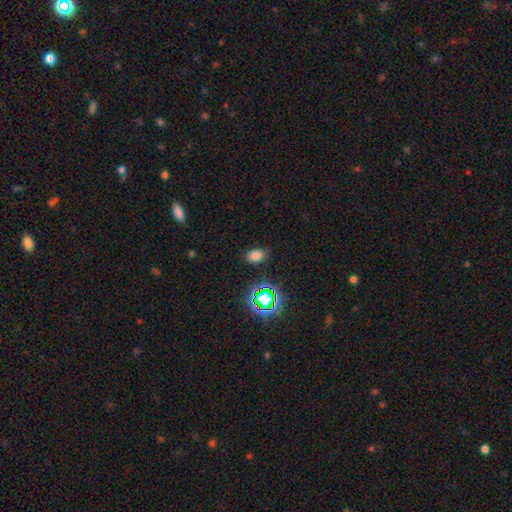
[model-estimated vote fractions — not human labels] Morphology: type=smooth (71%); roundness=in between (82%); merging=none (84%).